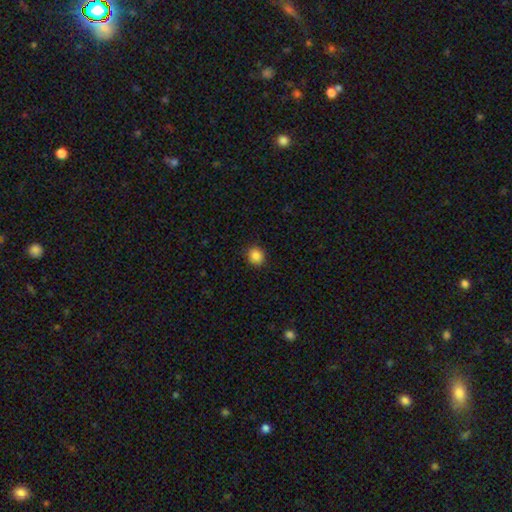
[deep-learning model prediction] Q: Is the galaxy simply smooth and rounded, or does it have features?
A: smooth — 87%.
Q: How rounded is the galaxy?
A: round — 81%.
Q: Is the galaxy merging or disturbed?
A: none — 90%.